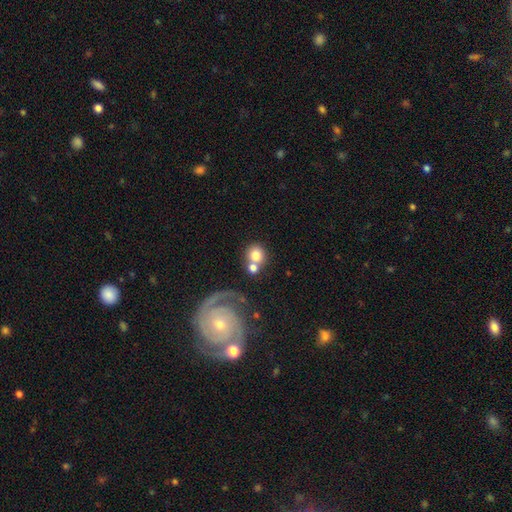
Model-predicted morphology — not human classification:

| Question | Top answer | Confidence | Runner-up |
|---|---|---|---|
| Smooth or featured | smooth | 73% | featured or disk (18%) |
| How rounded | round | 84% | in between (15%) |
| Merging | none | 49% | merger (34%) |